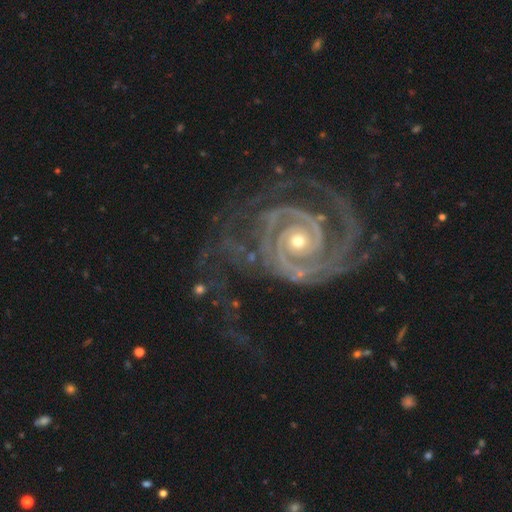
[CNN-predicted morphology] type=featured or disk (93%); edge-on=no (98%); bar=no (64%); spiral arms=yes (99%); winding=tight (72%); arm count=2 (58%); bulge=small (55%); merging=none (54%).